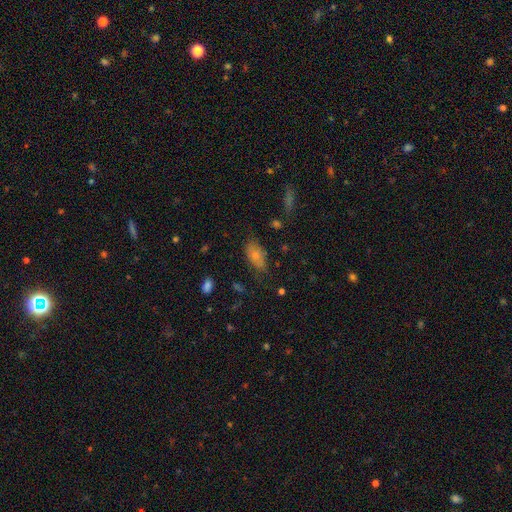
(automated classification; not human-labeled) Smooth or featured: smooth — 74% (featured or disk — 17%)
How rounded: in between — 91% (round — 5%)
Merging: none — 62% (minor disturbance — 27%)